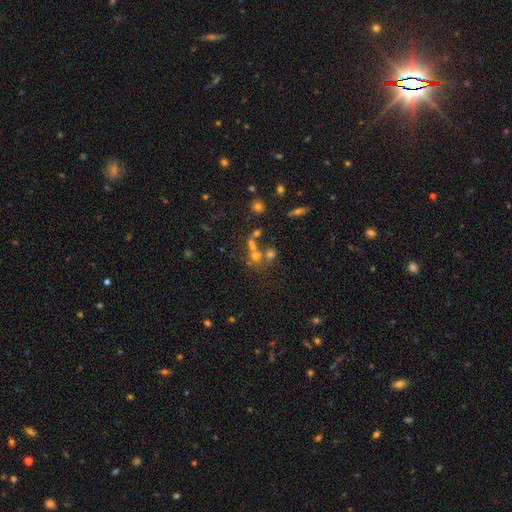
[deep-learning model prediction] smooth-or-featured: smooth: 51% | star or artifact: 26% | featured or disk: 22%
  how-rounded: round: 76% | in between: 22% | cigar-shaped: 2%
  merging: merger: 43% | none: 41% | minor disturbance: 9% | major disturbance: 7%